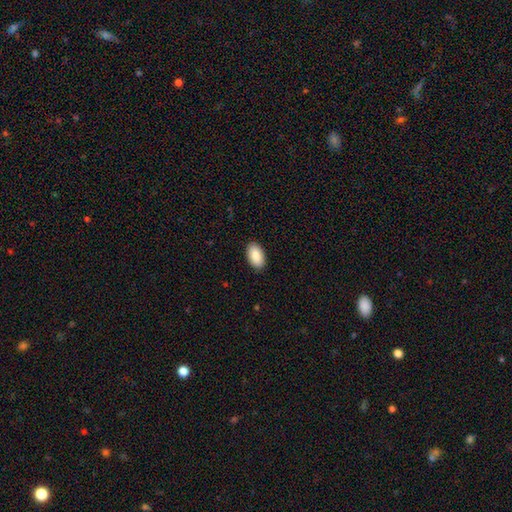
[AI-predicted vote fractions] Q: Smooth or featured?
A: smooth (89%); runner-up: star or artifact (6%)
Q: How rounded?
A: in between (95%); runner-up: round (3%)
Q: Merging?
A: none (90%); runner-up: minor disturbance (7%)